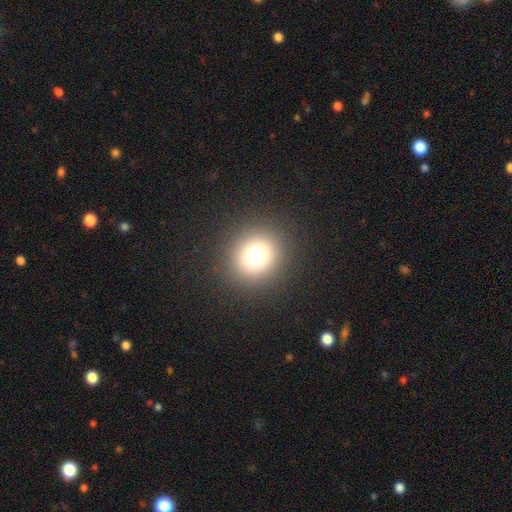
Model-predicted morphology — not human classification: This is likely a smooth galaxy (72%). How rounded: clearly round (89%). Merging: clearly none (89%).